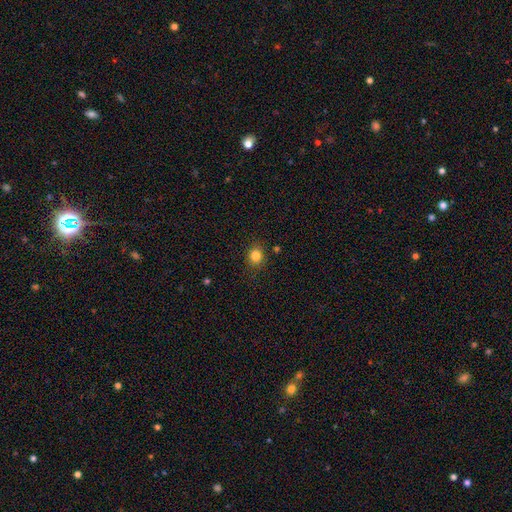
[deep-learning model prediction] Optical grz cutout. It shows a smooth galaxy with no disk features (83%) that is round (72%). Merging: none (85%).